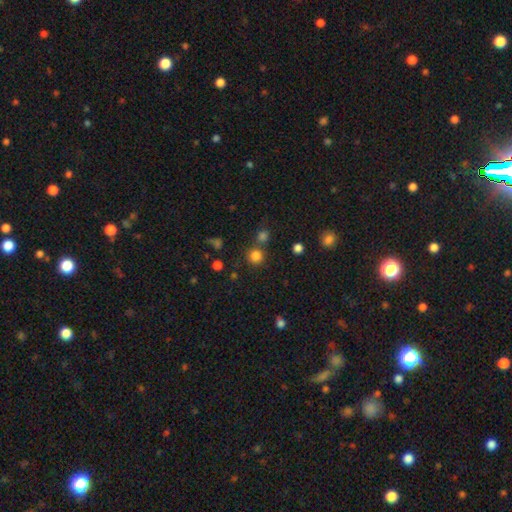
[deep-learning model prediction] A smooth galaxy with no disk features (79%) that is round (92%). Merging: none (71%).